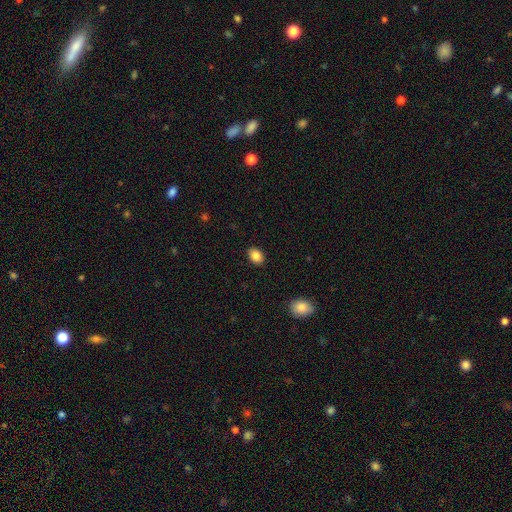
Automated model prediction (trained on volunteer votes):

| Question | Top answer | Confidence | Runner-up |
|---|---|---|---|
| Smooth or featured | smooth | 86% | star or artifact (9%) |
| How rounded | in between | 74% | round (25%) |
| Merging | none | 90% | minor disturbance (7%) |